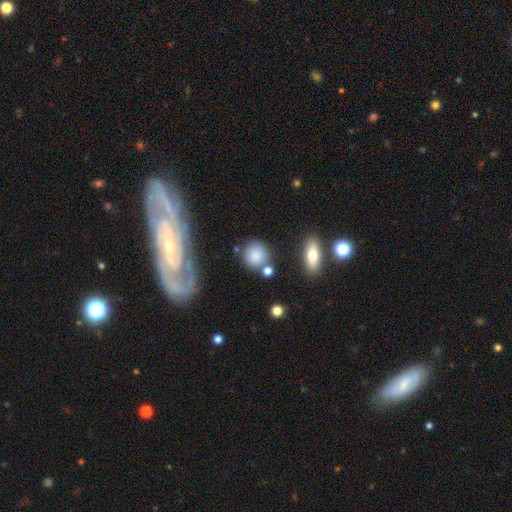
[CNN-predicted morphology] Smooth or featured: smooth — 81% (star or artifact — 10%)
How rounded: round — 86% (in between — 12%)
Merging: none — 69% (minor disturbance — 13%)